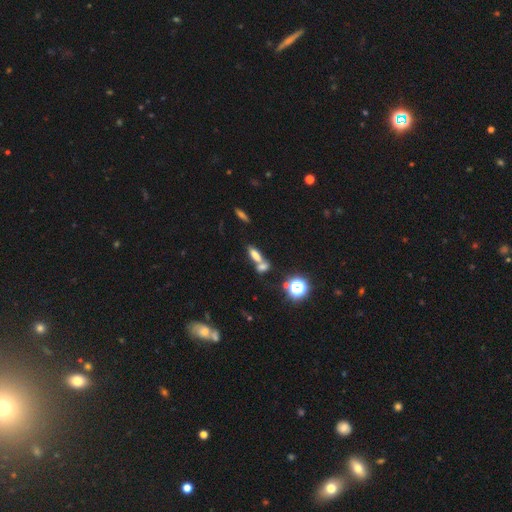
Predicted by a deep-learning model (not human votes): This is likely a smooth galaxy (67%). How rounded: likely in between (64%). Merging: possibly merger (54%).